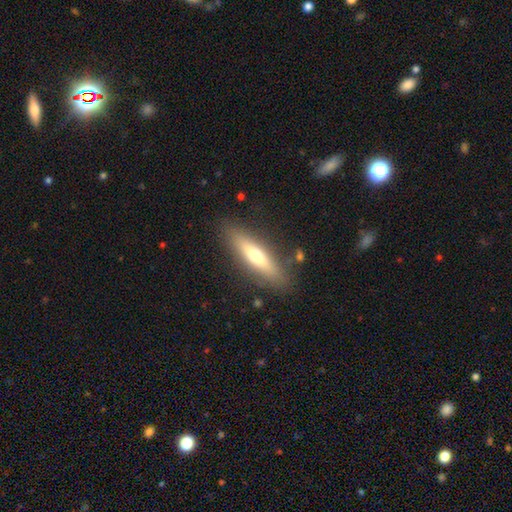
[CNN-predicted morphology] A smooth galaxy with no disk features (53%) that is cigar-shaped (75%). Merging: none (85%).